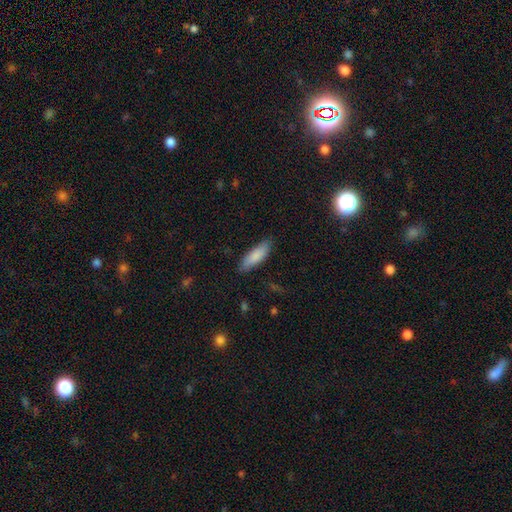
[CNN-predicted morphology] smooth_or_featured: smooth (p=0.86) [alt: featured or disk p=0.09]
how_rounded: in between (p=0.58) [alt: cigar-shaped p=0.41]
merging: none (p=0.84) [alt: minor disturbance p=0.13]